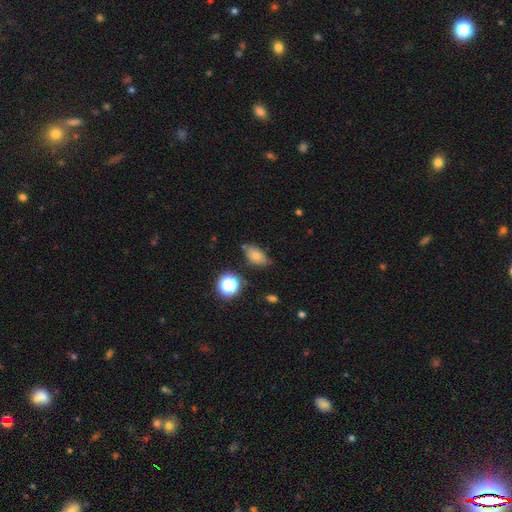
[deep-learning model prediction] Smooth or featured: smooth — 70% (star or artifact — 15%)
How rounded: in between — 85% (round — 13%)
Merging: none — 68% (minor disturbance — 22%)